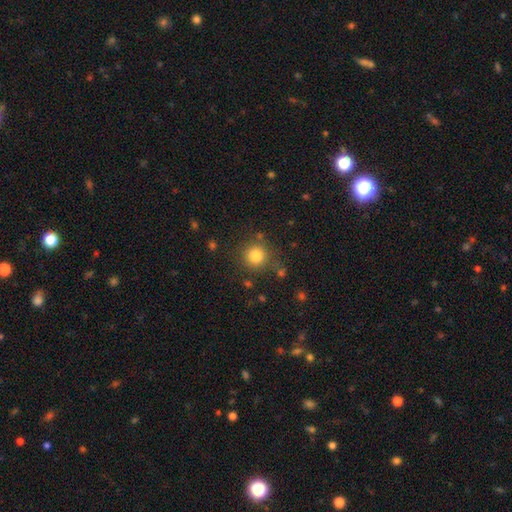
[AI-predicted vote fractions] The model was most divided on "smooth or featured": smooth: 82%, star or artifact: 12%, featured or disk: 6%. More confident: how rounded — round (93%); merging — none (82%).